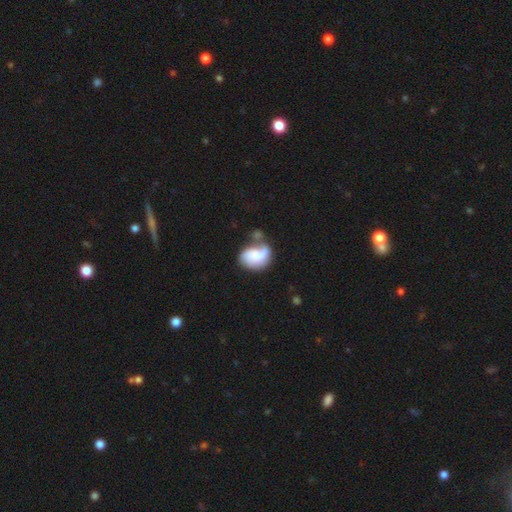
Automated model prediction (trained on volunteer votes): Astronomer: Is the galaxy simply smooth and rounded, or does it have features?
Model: featured or disk — 49% (runner-up: smooth, 43%).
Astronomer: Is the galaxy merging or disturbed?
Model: none — 29% (runner-up: merger, 25%).